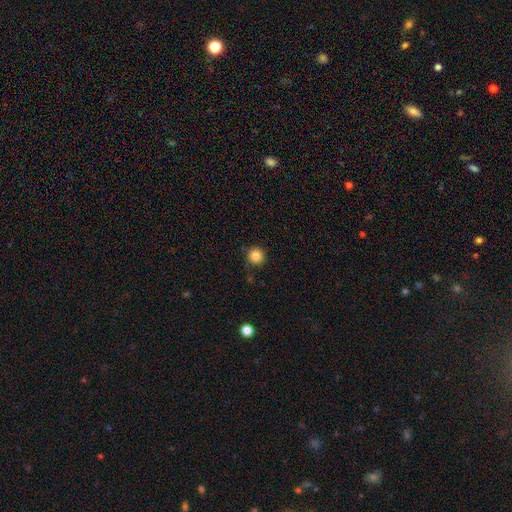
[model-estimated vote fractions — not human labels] The model was most divided on "smooth or featured": smooth: 84%, star or artifact: 11%, featured or disk: 5%. More confident: how rounded — round (95%); merging — none (86%).